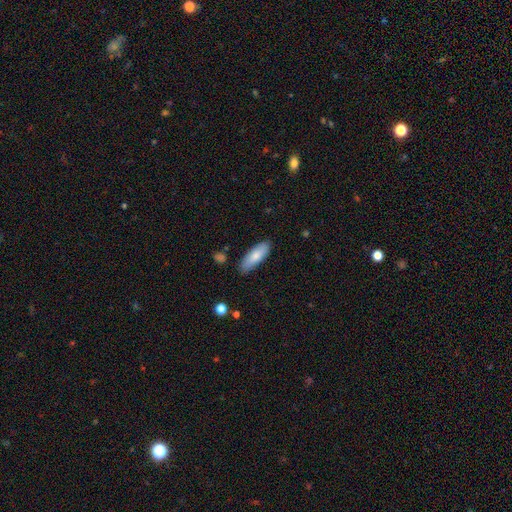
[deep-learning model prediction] Morphology: type=smooth (80%); roundness=in between (66%); merging=none (82%).